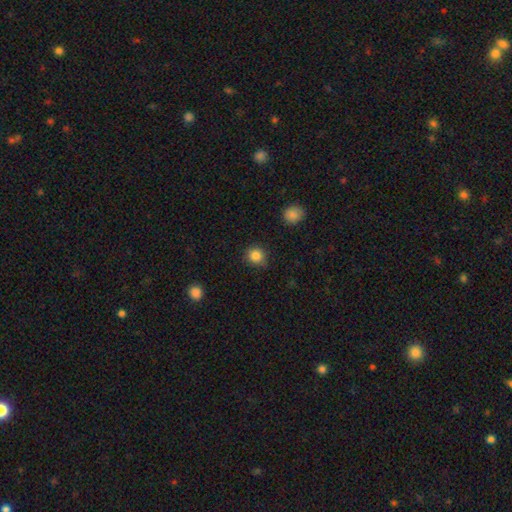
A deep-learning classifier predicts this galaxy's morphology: A smooth galaxy with no disk features (85%) that is round (90%). Merging: none (85%).